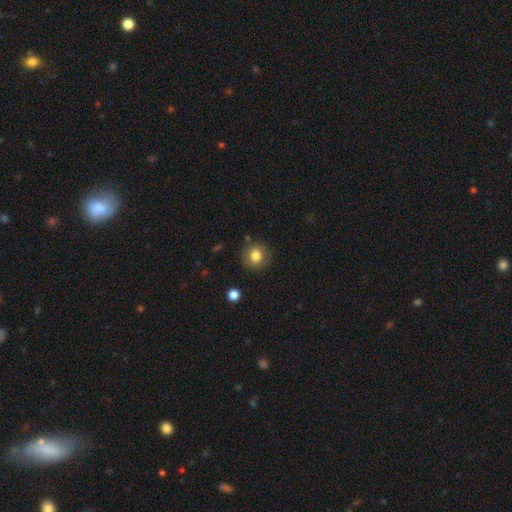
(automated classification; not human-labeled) smooth-or-featured: smooth: 81% | star or artifact: 10% | featured or disk: 10%
  how-rounded: round: 88% | in between: 11% | cigar-shaped: 1%
  merging: none: 86% | minor disturbance: 9% | major disturbance: 3% | merger: 2%